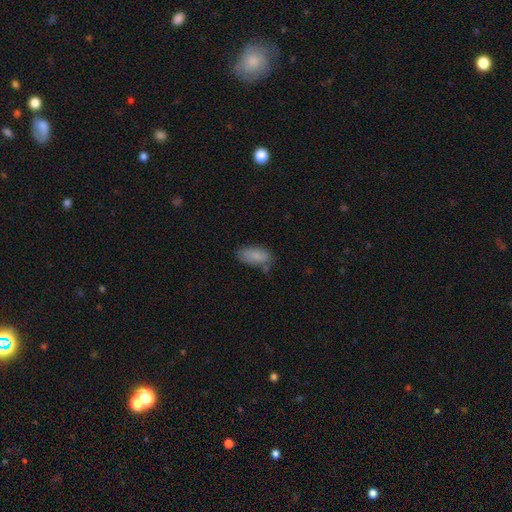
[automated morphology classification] This is clearly a smooth galaxy (85%). How rounded: clearly in between (91%). Merging: likely none (66%).